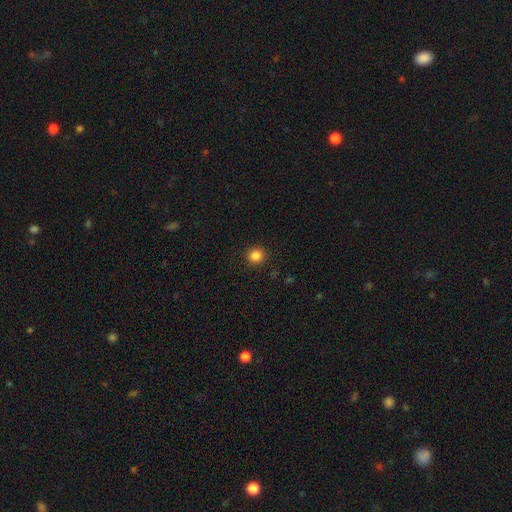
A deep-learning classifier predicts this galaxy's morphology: Smooth or featured: smooth — 84% (star or artifact — 12%)
How rounded: round — 93% (in between — 7%)
Merging: none — 92% (minor disturbance — 5%)